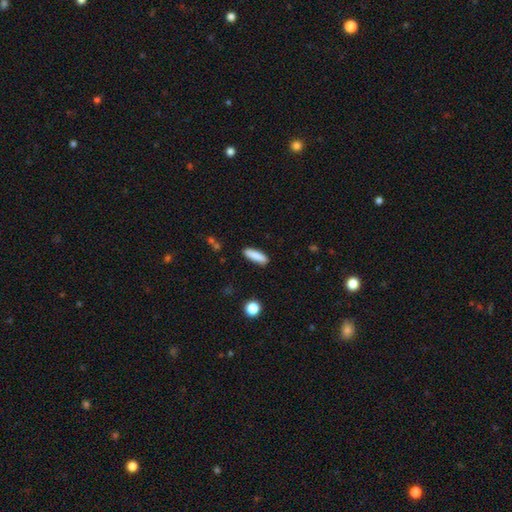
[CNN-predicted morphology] smooth_or_featured: smooth (p=0.86) [alt: featured or disk p=0.07]
how_rounded: cigar-shaped (p=0.64) [alt: in between p=0.34]
merging: none (p=0.88) [alt: minor disturbance p=0.09]